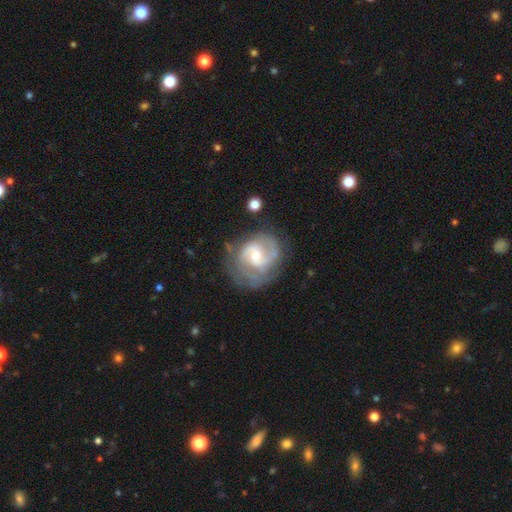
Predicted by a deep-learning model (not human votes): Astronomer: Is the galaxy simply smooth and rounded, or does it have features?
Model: featured or disk — 82%.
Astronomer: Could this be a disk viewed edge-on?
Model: no — 98%.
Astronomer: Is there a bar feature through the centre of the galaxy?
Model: no — 45%, tied with weak at 45%.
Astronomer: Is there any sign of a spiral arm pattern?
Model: yes — 92%.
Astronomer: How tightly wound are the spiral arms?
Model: medium — 43% (runner-up: tight, 41%).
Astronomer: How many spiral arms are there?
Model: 2 — 58%.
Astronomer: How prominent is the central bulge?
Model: moderate — 50% (runner-up: small, 45%).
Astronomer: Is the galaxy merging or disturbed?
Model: none — 62%.